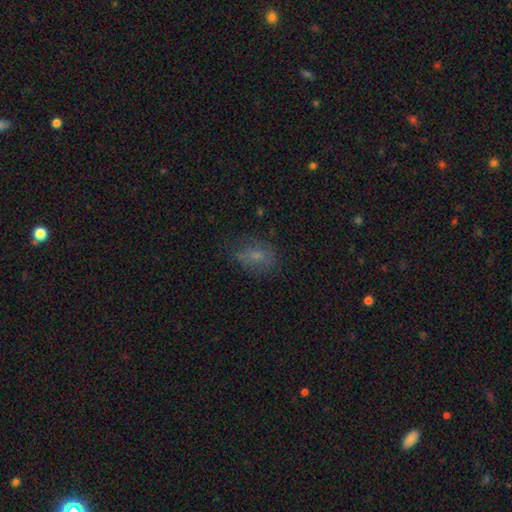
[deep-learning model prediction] Morphology: type=smooth (57%); roundness=in between (71%); merging=none (60%).